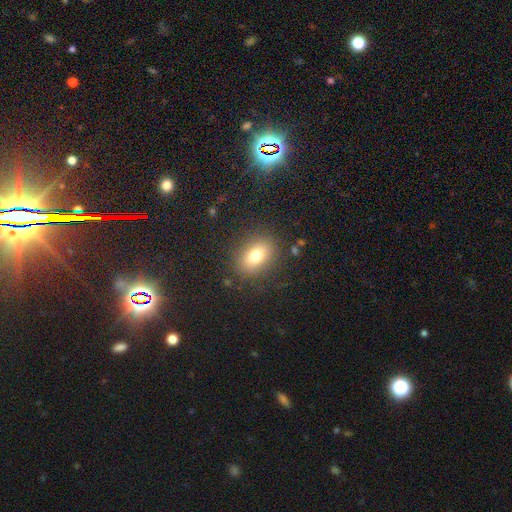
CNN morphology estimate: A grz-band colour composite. It shows a smooth galaxy with no disk features (75%) that is in between round and cigar-shaped (67%). Merging: none (84%).